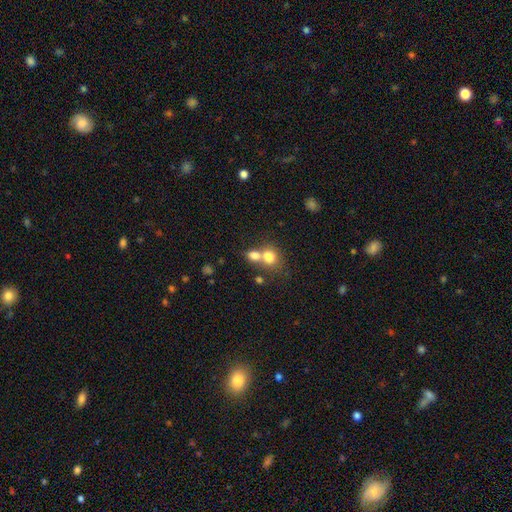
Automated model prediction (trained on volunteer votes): Morphology: type=smooth (75%); roundness=round (51%); merging=merger (60%).